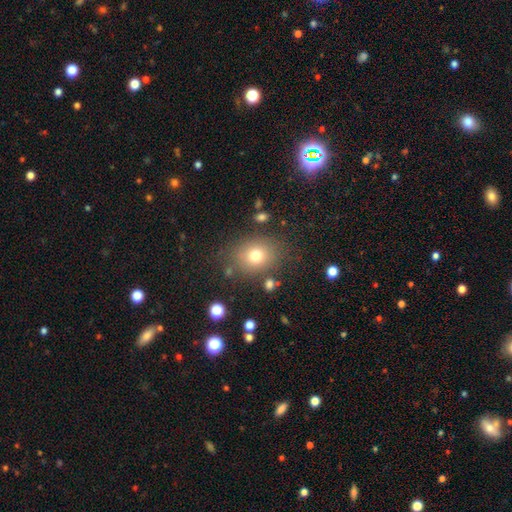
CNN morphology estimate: This is likely a smooth galaxy (75%). How rounded: possibly round (58%). Merging: likely none (78%).